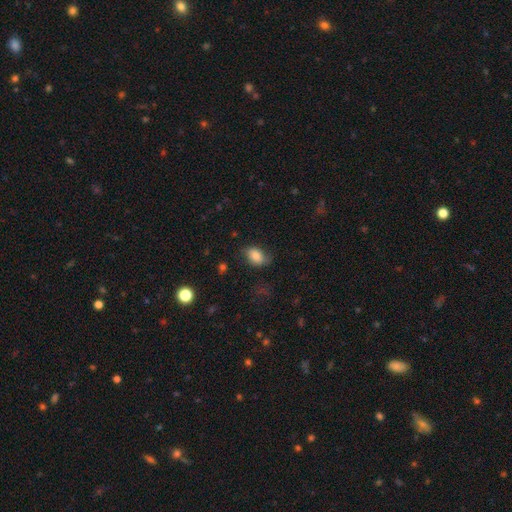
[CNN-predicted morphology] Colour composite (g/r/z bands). It shows a smooth galaxy with no disk features (80%) that is in between round and cigar-shaped (83%). Merging: none (64%).